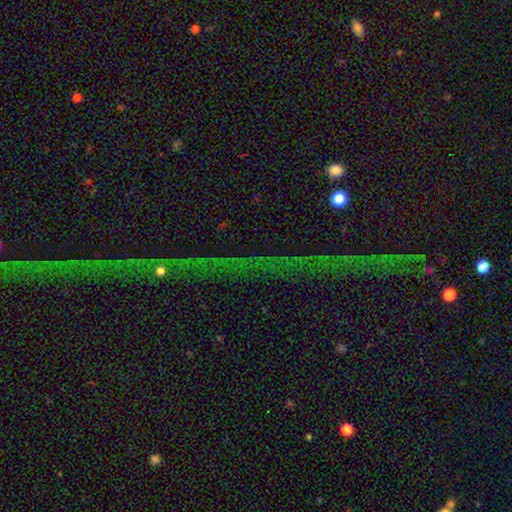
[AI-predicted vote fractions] A star or artifact, not a galaxy (80%).

Vote fractions:
- Smooth or featured? star or artifact: 80% / featured or disk: 12% / smooth: 8%